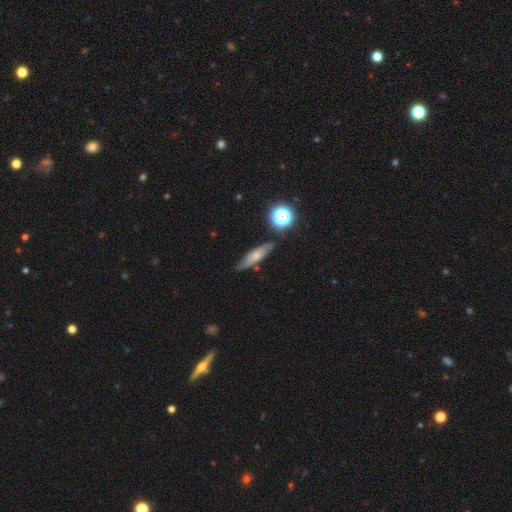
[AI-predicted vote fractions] Morphology: type=smooth (54%); roundness=cigar-shaped (55%); merging=none (71%).